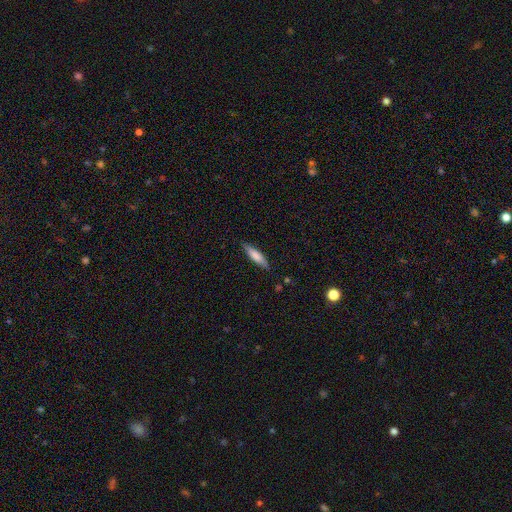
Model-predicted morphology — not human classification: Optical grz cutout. It shows a smooth galaxy with no disk features (74%) that is cigar-shaped (74%). Merging: none (84%).